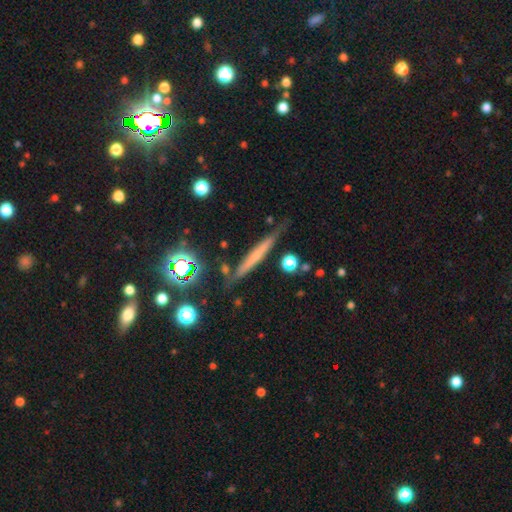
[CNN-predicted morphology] A smooth galaxy with no disk features (45%).

Vote fractions:
- Smooth or featured? smooth: 45% / featured or disk: 42% / star or artifact: 12%
- Merging? none: 80% / minor disturbance: 14% / major disturbance: 3% / merger: 3%